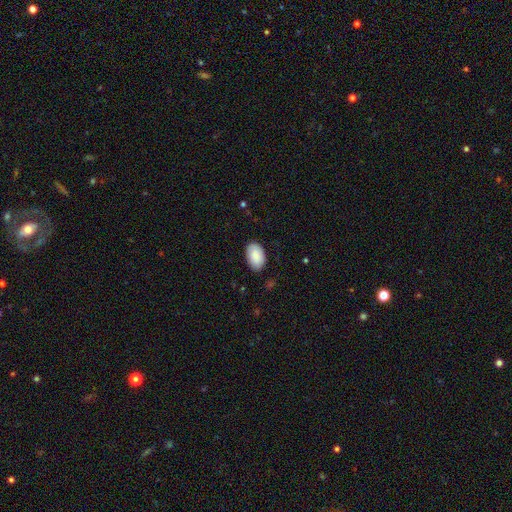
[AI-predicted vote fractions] Smooth or featured? Predicted: smooth (p=0.88). How rounded? Predicted: in between (p=0.93). Merging? Predicted: none (p=0.86).